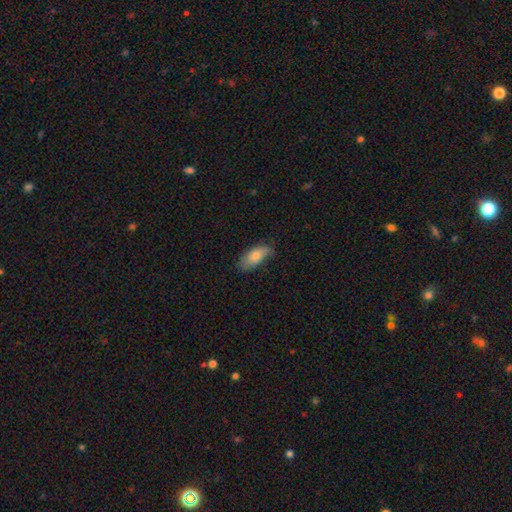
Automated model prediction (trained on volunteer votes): This appears to be a smooth galaxy with no disk features (77%) that is in between round and cigar-shaped (87%). Merging: none (66%).